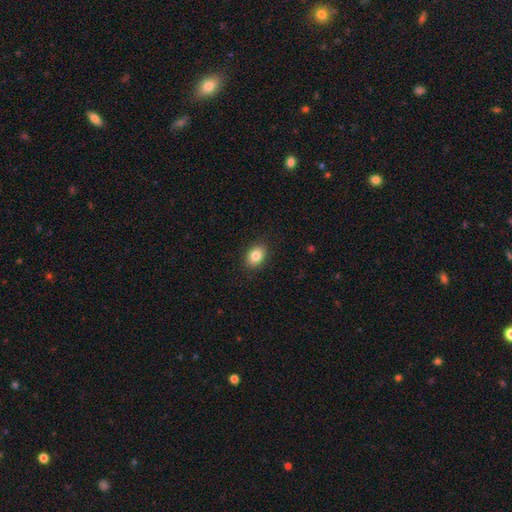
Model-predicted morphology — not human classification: Smooth or featured?
  - smooth: 84% *
  - star or artifact: 9%
  - featured or disk: 8%
How rounded?
  - in between: 75% *
  - round: 24%
  - cigar-shaped: 1%
Merging?
  - none: 89% *
  - minor disturbance: 8%
  - major disturbance: 2%
  - merger: 1%